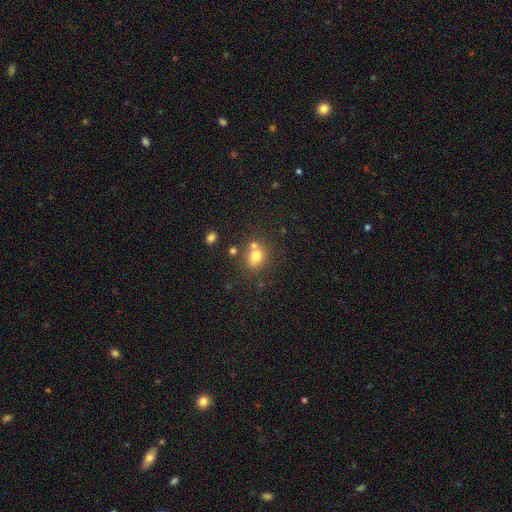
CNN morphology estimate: The model was most divided on "how rounded": round: 63%, in between: 36%, cigar-shaped: 1%. More confident: smooth or featured — smooth (74%); merging — none (58%).